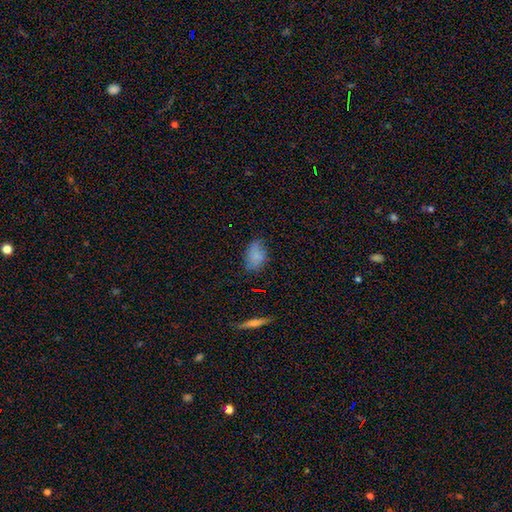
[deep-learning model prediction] A smooth galaxy with no disk features (74%) that is in between round and cigar-shaped (87%).

Vote fractions:
- Smooth or featured? smooth: 74% / featured or disk: 14% / star or artifact: 12%
- How rounded? in between: 87% / round: 11% / cigar-shaped: 2%
- Merging? none: 63% / minor disturbance: 27% / major disturbance: 8% / merger: 2%